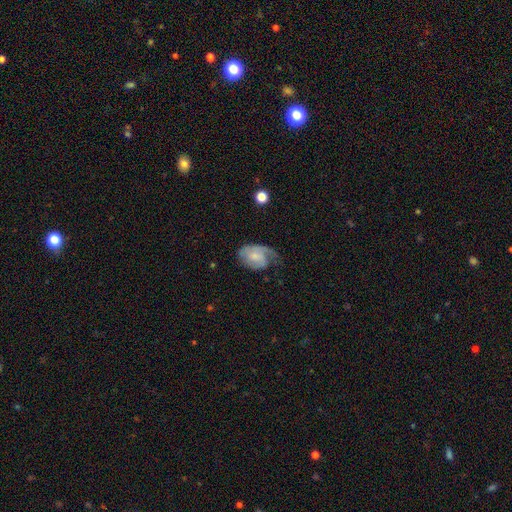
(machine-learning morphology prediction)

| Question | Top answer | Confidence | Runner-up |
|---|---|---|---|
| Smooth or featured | featured or disk | 54% | smooth (39%) |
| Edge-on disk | no | 96% | yes (4%) |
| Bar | no | 64% | weak (31%) |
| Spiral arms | yes | 83% | no (17%) |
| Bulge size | small | 50% | moderate (30%) |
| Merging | none | 34% | major disturbance (32%) |